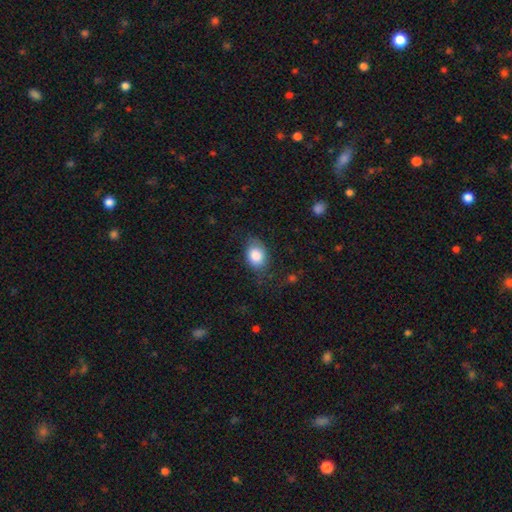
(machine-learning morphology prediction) Smooth or featured: smooth — 82% (featured or disk — 10%)
How rounded: in between — 70% (round — 29%)
Merging: none — 67% (minor disturbance — 23%)